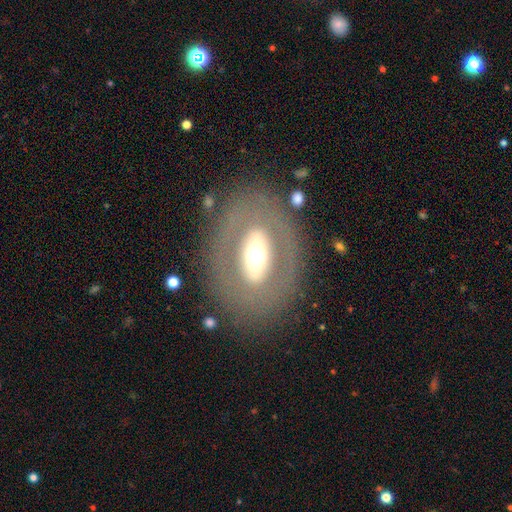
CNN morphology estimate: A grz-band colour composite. It shows a featured or disk galaxy (58%) with no bar (40%), no spiral arms (90%) and a moderate central bulge (53%). Merging: none (78%).